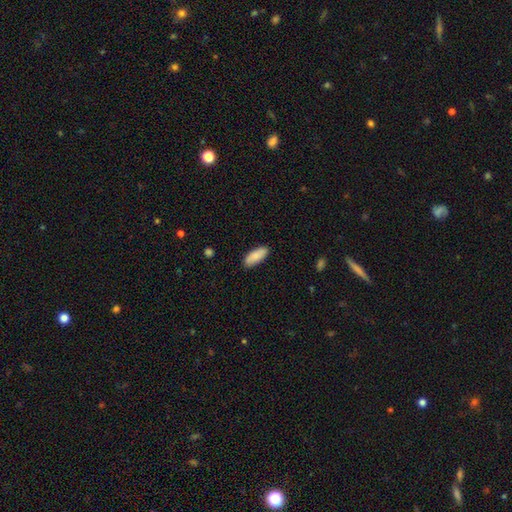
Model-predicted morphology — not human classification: Smooth or featured?
  - smooth: 88% *
  - featured or disk: 6%
  - star or artifact: 6%
How rounded?
  - in between: 74% *
  - cigar-shaped: 24%
  - round: 2%
Merging?
  - none: 87% *
  - minor disturbance: 10%
  - major disturbance: 2%
  - merger: 1%